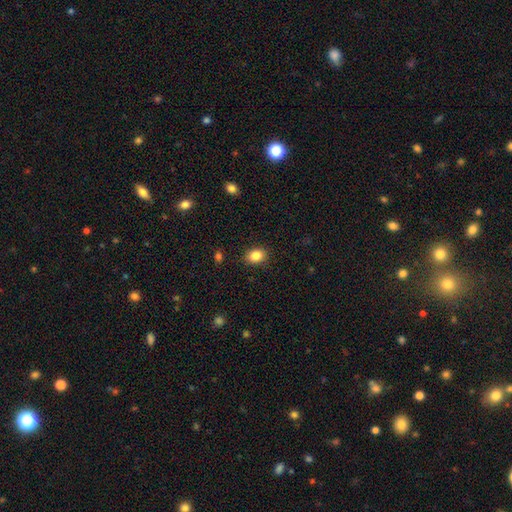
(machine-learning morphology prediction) A smooth galaxy with no disk features (84%) that is in between round and cigar-shaped (65%).

Vote fractions:
- Smooth or featured? smooth: 84% / star or artifact: 10% / featured or disk: 6%
- How rounded? in between: 65% / round: 34% / cigar-shaped: 1%
- Merging? none: 88% / minor disturbance: 9% / major disturbance: 2% / merger: 1%